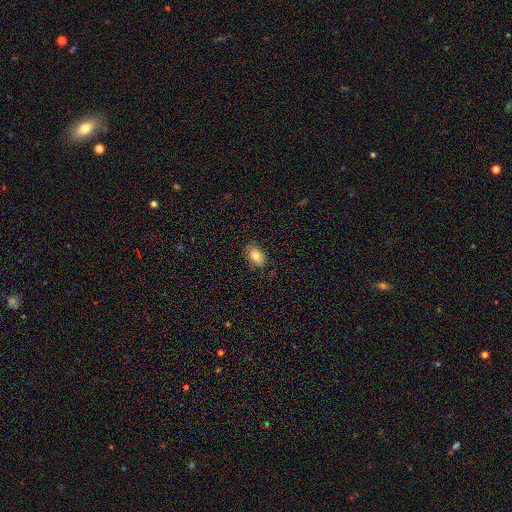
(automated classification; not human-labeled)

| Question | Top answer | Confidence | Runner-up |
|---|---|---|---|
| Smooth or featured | smooth | 81% | featured or disk (10%) |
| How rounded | in between | 86% | round (13%) |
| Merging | none | 82% | minor disturbance (14%) |